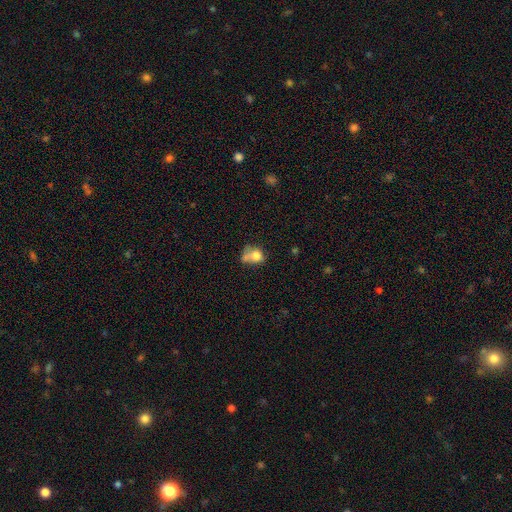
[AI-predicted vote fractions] This is likely a smooth galaxy (71%). How rounded: possibly round (52%). Merging: marginally merger (32%).